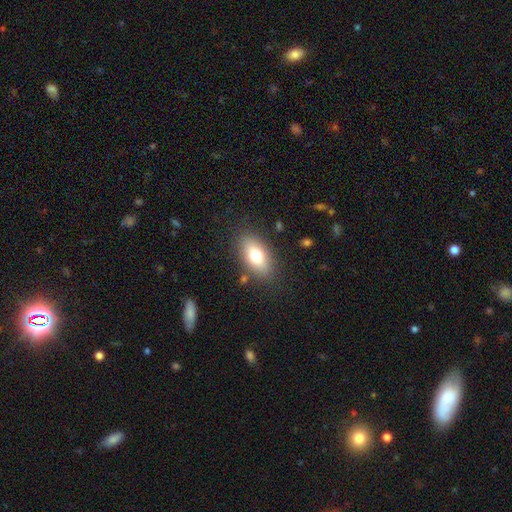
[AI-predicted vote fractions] A smooth galaxy with no disk features (74%) that is in between round and cigar-shaped (88%). Merging: none (83%).